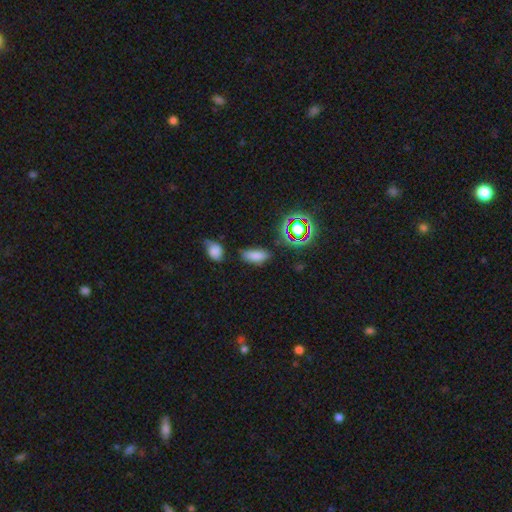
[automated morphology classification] smooth_or_featured: smooth (p=0.74) [alt: star or artifact p=0.17]
how_rounded: in between (p=0.84) [alt: cigar-shaped p=0.11]
merging: none (p=0.71) [alt: minor disturbance p=0.18]